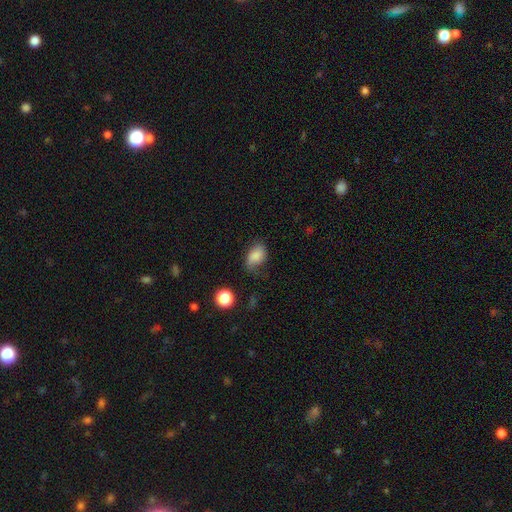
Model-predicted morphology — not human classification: This is likely a smooth galaxy (80%). How rounded: clearly in between (84%). Merging: possibly none (51%).